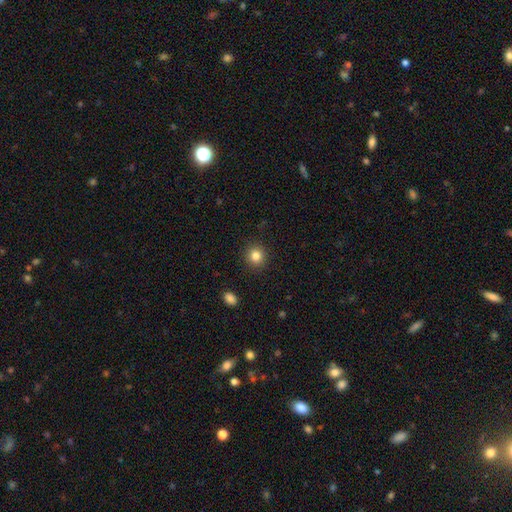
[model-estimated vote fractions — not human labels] A smooth galaxy with no disk features (83%) that is round (90%). Merging: none (91%).